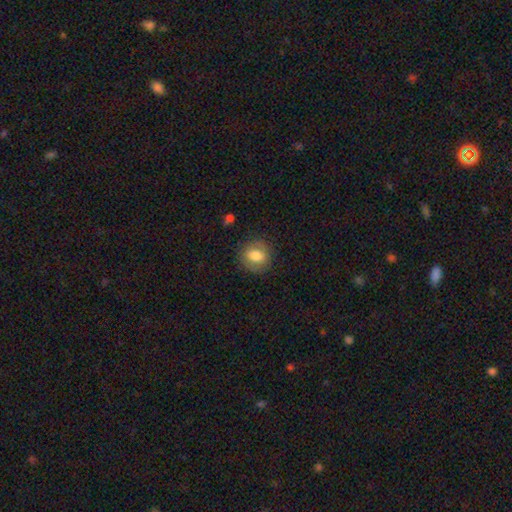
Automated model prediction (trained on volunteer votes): Overall: smooth (75%). How rounded: round (67%; in between 32%). Merging: none (82%).